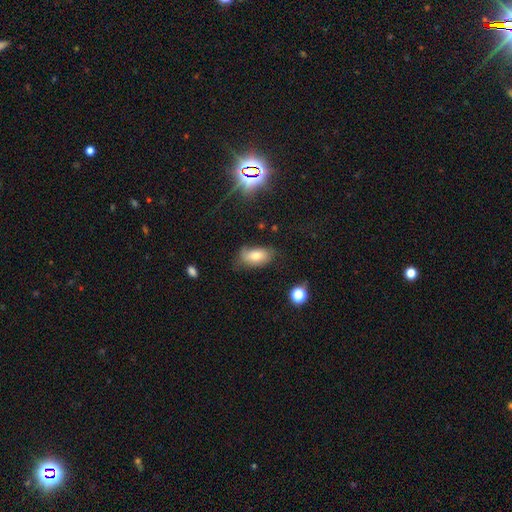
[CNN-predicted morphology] A smooth galaxy with no disk features (73%) that is in between round and cigar-shaped (92%). Merging: none (61%).